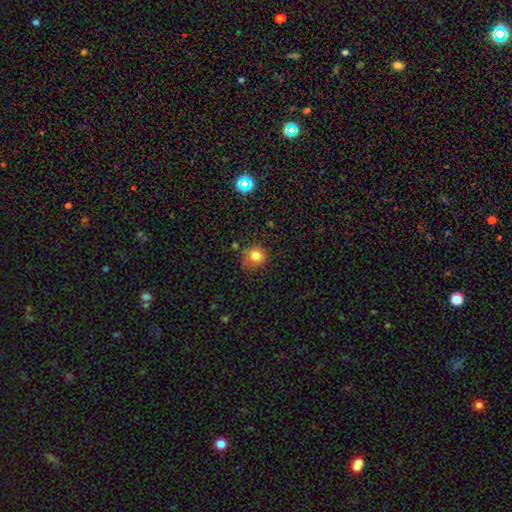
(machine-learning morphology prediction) Smooth or featured: smooth — 82% (star or artifact — 12%)
How rounded: round — 82% (in between — 17%)
Merging: none — 66% (minor disturbance — 24%)